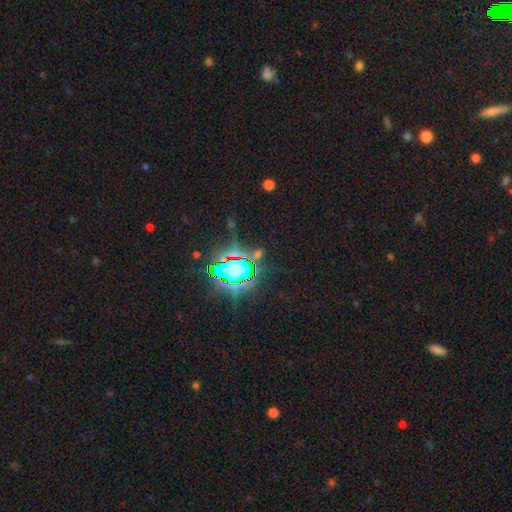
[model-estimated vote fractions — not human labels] Smooth or featured? Predicted: star or artifact (p=0.76).